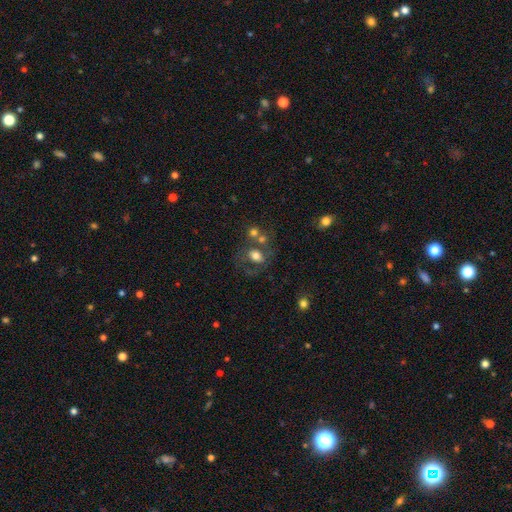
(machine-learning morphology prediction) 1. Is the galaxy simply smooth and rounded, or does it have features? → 63% smooth, 24% featured or disk, 12% star or artifact.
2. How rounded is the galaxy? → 52% in between, 47% round, 1% cigar-shaped.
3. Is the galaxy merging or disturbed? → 44% none, 29% merger, 15% minor disturbance, 13% major disturbance.